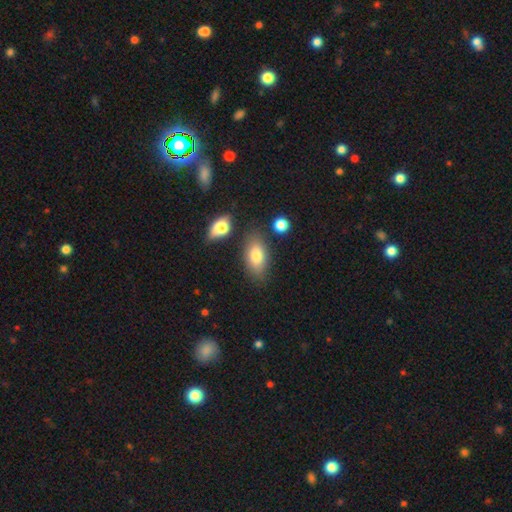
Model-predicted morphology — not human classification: smooth_or_featured: smooth (p=0.78) [alt: featured or disk p=0.14]
how_rounded: in between (p=0.89) [alt: round p=0.06]
merging: none (p=0.75) [alt: minor disturbance p=0.14]